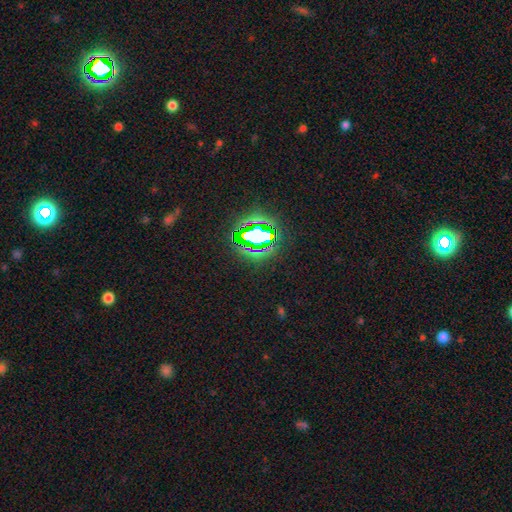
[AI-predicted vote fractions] star or artifact 80%, smooth 13%, featured or disk 7%.